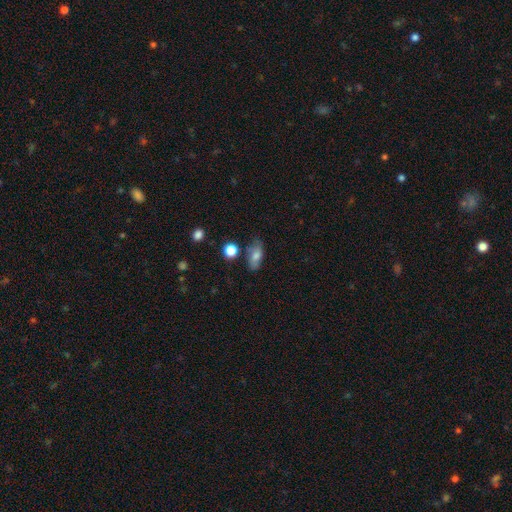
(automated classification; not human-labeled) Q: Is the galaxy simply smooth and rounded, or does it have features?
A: smooth — 70%.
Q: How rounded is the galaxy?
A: in between — 81%.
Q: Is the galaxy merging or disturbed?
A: none — 72%.